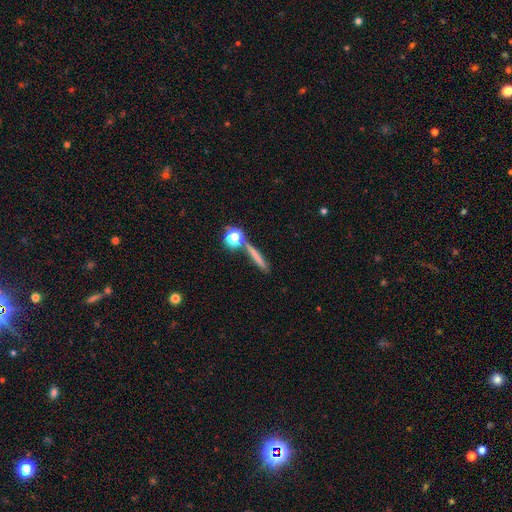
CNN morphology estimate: Overall: smooth (63%; featured or disk 24%). How rounded: cigar-shaped (80%). Merging: none (72%).